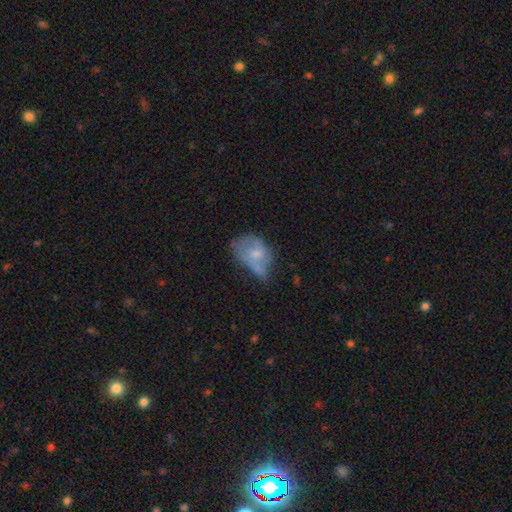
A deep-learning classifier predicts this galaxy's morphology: Smooth or featured: smooth — 53% (featured or disk — 39%)
How rounded: in between — 79% (round — 19%)
Merging: minor disturbance — 33% (major disturbance — 28%)